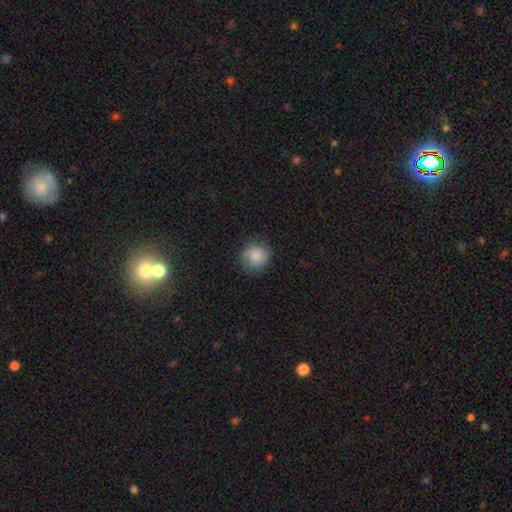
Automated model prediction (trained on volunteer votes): Morphology: type=smooth (85%); roundness=round (91%); merging=none (83%).